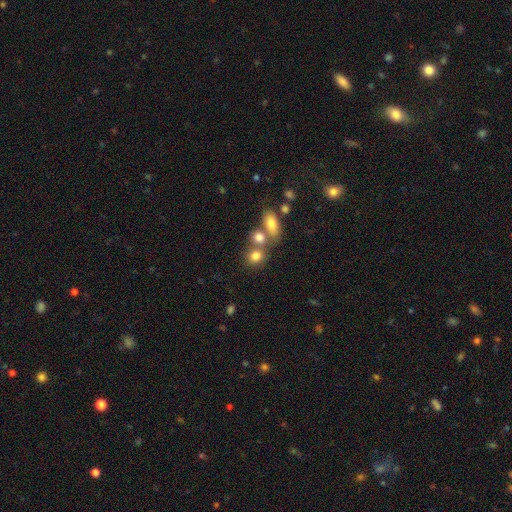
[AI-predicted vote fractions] Smooth or featured? Predicted: smooth (p=0.79). How rounded? Predicted: round (p=0.61). Merging? Predicted: none (p=0.49).